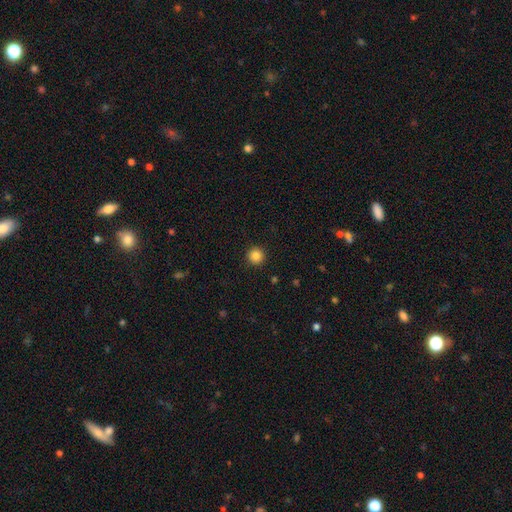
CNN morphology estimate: type=smooth (85%); roundness=round (96%); merging=none (93%).